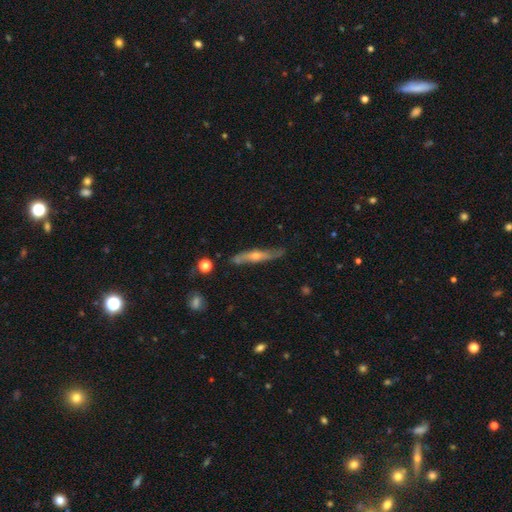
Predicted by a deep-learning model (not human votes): Smooth or featured?
  - featured or disk: 65% *
  - smooth: 28%
  - star or artifact: 7%
Edge-on disk?
  - yes: 78% *
  - no: 22%
Edge-on bulge?
  - rounded: 81% *
  - none: 14%
  - boxy: 4%
Merging?
  - none: 76% *
  - minor disturbance: 17%
  - major disturbance: 4%
  - merger: 2%